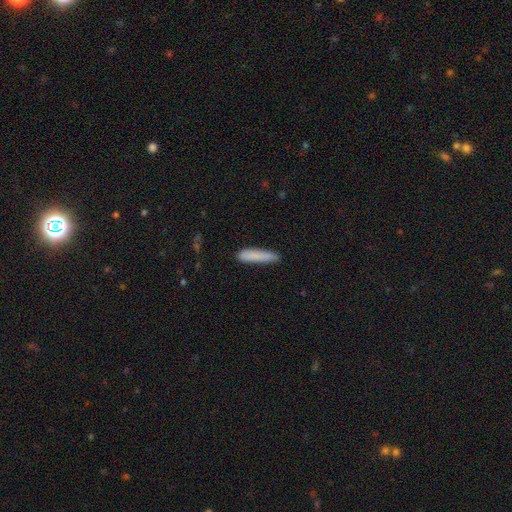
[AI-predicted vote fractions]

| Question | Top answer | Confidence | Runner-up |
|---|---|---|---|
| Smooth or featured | smooth | 84% | featured or disk (10%) |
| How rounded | cigar-shaped | 88% | in between (10%) |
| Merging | none | 83% | minor disturbance (14%) |